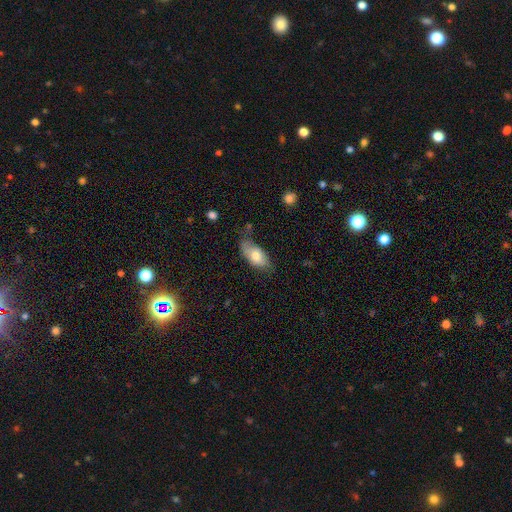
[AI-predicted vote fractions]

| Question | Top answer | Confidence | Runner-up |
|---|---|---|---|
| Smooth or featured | smooth | 72% | featured or disk (21%) |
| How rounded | in between | 91% | cigar-shaped (5%) |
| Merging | none | 55% | minor disturbance (32%) |